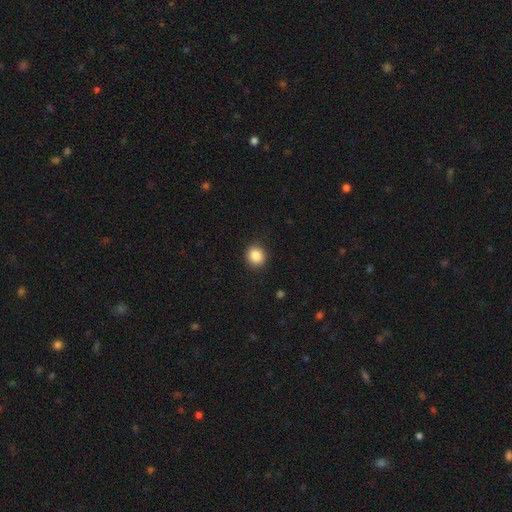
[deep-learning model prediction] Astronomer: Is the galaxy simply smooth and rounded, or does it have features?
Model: smooth — 86%.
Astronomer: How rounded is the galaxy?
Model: round — 80%.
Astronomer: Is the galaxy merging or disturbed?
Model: none — 89%.